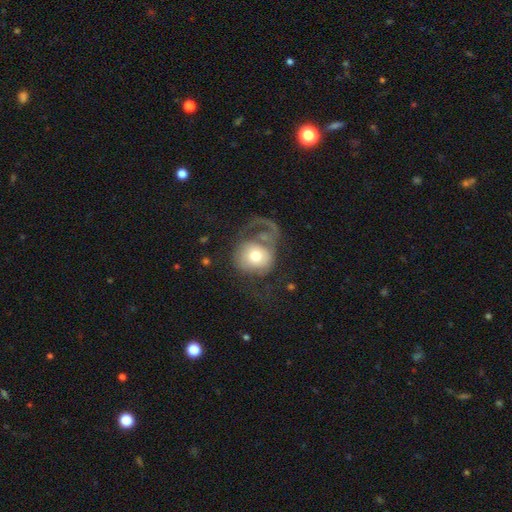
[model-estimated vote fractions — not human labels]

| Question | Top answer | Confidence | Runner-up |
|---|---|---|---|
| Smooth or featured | smooth | 53% | featured or disk (39%) |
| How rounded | round | 79% | in between (20%) |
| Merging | major disturbance | 60% | none (21%) |